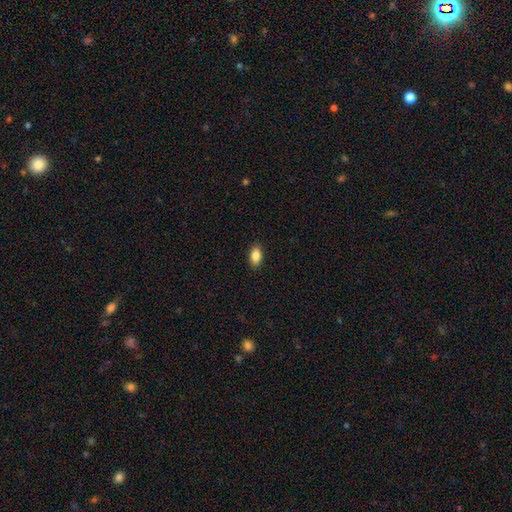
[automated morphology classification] Smooth or featured?
  - smooth: 87% *
  - star or artifact: 8%
  - featured or disk: 6%
How rounded?
  - in between: 91% *
  - round: 5%
  - cigar-shaped: 5%
Merging?
  - none: 90% *
  - minor disturbance: 7%
  - major disturbance: 2%
  - merger: 1%